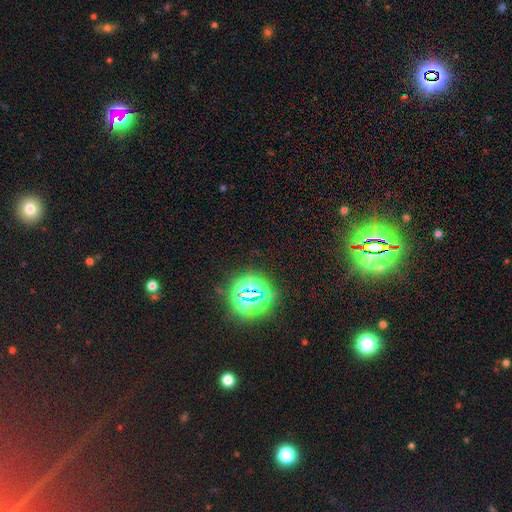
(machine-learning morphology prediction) This is likely a star or artifact rather than a galaxy (75%).